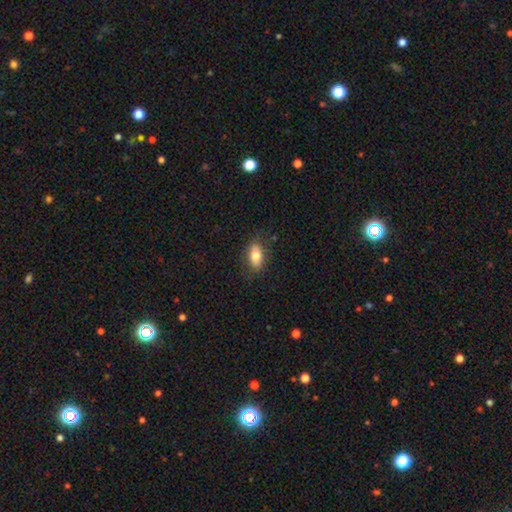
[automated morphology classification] Smooth or featured? smooth (75%)
How rounded? in between (88%)
Merging? none (81%)